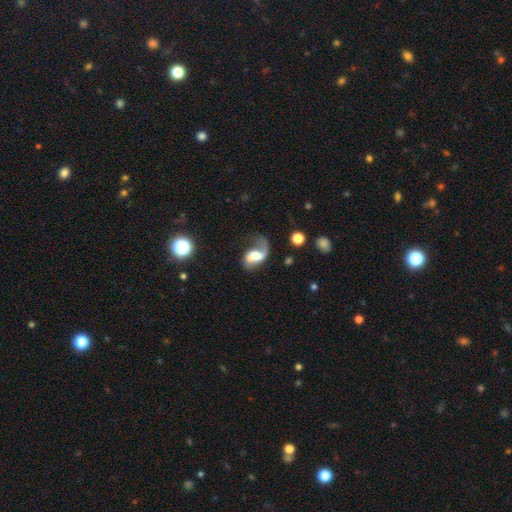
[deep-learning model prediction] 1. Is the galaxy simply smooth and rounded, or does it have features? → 74% featured or disk, 18% smooth, 8% star or artifact.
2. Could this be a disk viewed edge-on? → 97% no, 3% yes.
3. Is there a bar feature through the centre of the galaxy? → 46% no, 39% weak, 14% strong.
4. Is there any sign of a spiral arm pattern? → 91% yes, 9% no.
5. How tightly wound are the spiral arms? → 70% loose, 24% medium, 6% tight.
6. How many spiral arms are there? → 65% 2, 30% 1, 3% can't tell, 1% 3, 1% 4, 1% more than 4.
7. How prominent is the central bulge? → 52% moderate, 21% large, 18% small, 6% none, 3% dominant.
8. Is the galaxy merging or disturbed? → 42% none, 28% major disturbance, 20% minor disturbance, 9% merger.